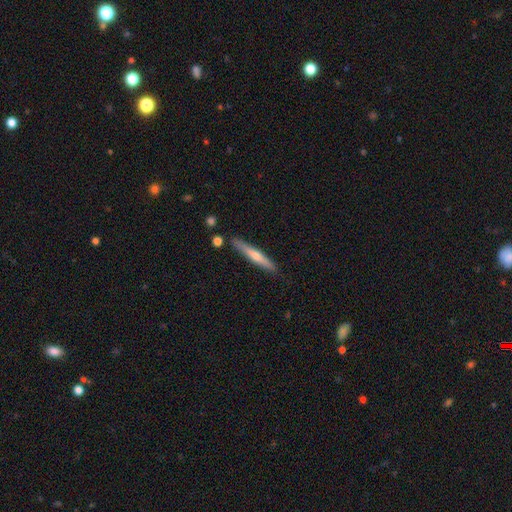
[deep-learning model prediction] Q: Smooth or featured?
A: featured or disk (52%); runner-up: smooth (42%)
Q: Edge-on disk?
A: yes (95%); runner-up: no (5%)
Q: Merging?
A: none (87%); runner-up: minor disturbance (9%)